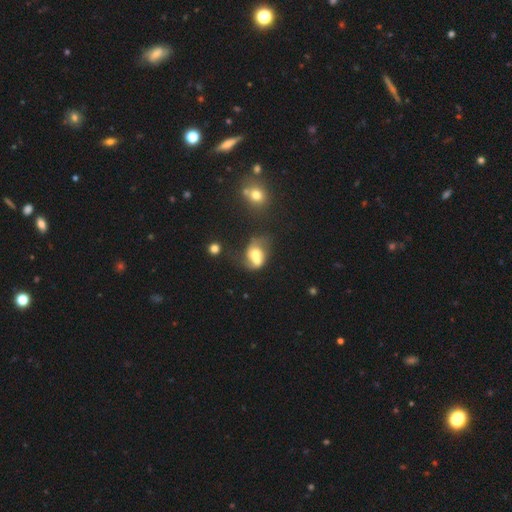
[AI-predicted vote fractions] This is possibly a smooth galaxy (49%). Merging: possibly merger (58%).